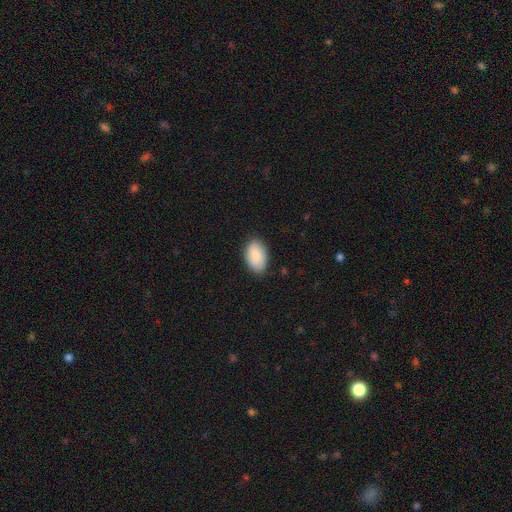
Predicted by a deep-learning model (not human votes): Morphology: type=smooth (88%); roundness=in between (93%); merging=none (84%).